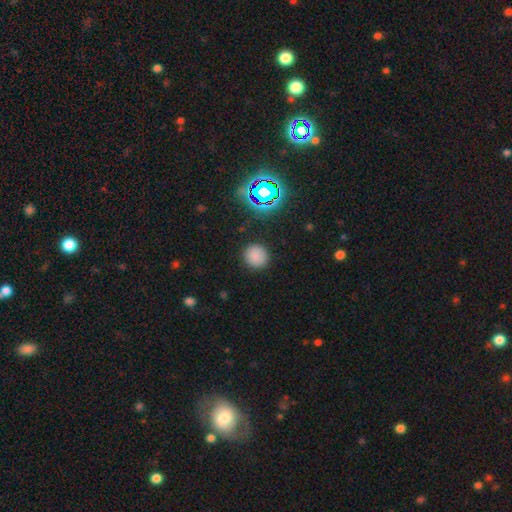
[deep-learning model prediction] smooth_or_featured: smooth (p=0.78) [alt: star or artifact p=0.16]
how_rounded: round (p=0.92) [alt: in between p=0.07]
merging: none (p=0.88) [alt: minor disturbance p=0.08]